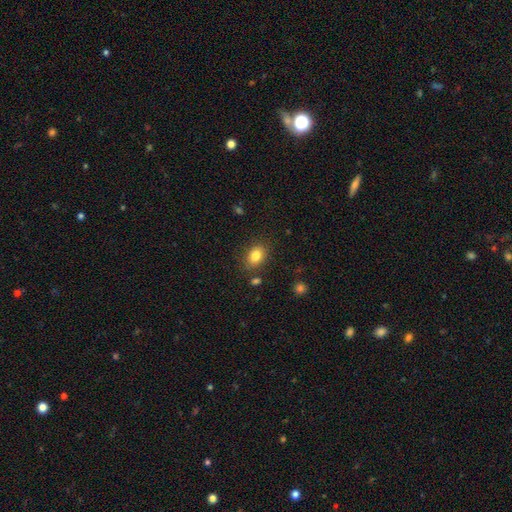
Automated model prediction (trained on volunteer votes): A smooth galaxy with no disk features (83%) that is in between round and cigar-shaped (75%). Merging: none (82%).